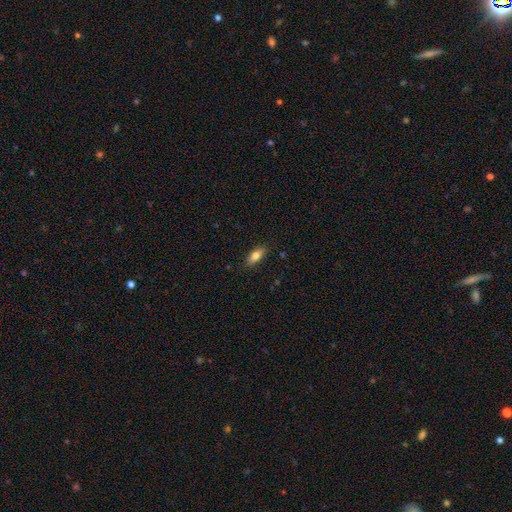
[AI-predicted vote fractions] Smooth or featured?
  - smooth: 79% *
  - featured or disk: 14%
  - star or artifact: 7%
How rounded?
  - in between: 78% *
  - cigar-shaped: 19%
  - round: 3%
Merging?
  - none: 86% *
  - minor disturbance: 11%
  - major disturbance: 2%
  - merger: 1%